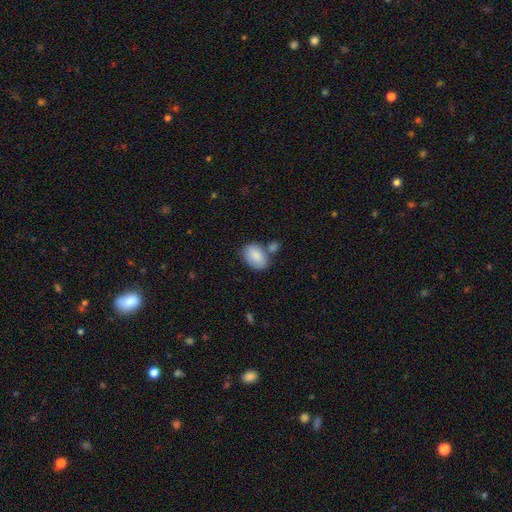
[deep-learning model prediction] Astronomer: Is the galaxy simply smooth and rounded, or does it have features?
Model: smooth — 86%.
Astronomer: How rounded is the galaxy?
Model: in between — 87%.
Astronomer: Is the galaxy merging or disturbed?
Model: none — 55%.